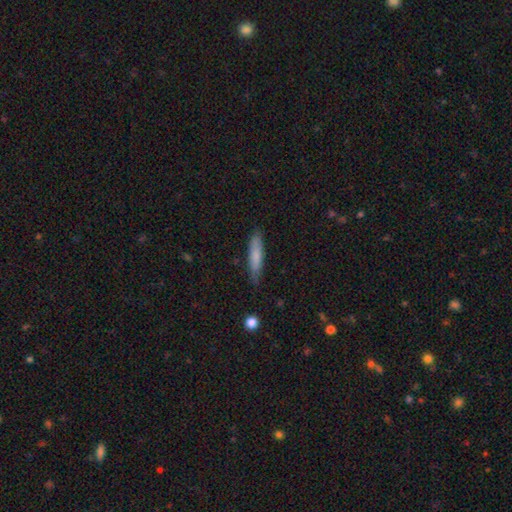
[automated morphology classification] Smooth or featured?
  - smooth: 77% *
  - featured or disk: 17%
  - star or artifact: 6%
How rounded?
  - cigar-shaped: 84% *
  - in between: 14%
  - round: 1%
Merging?
  - none: 82% *
  - minor disturbance: 14%
  - major disturbance: 2%
  - merger: 1%